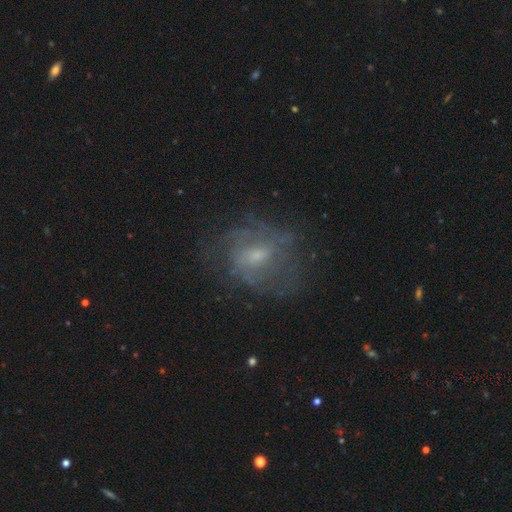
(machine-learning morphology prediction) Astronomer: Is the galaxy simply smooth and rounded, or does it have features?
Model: featured or disk — 63%.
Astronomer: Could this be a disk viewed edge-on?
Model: no — 97%.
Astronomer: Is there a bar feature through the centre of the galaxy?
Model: no — 48% (runner-up: weak, 45%).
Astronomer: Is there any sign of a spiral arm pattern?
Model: yes — 65%.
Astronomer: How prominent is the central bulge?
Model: small — 54% (runner-up: moderate, 34%).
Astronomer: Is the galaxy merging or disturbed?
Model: none — 60%.